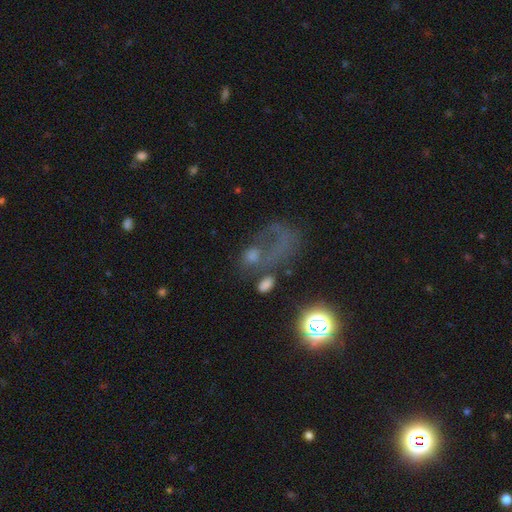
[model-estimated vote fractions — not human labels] A featured or disk galaxy (40%).

Vote fractions:
- Smooth or featured? featured or disk: 40% / smooth: 33% / star or artifact: 27%
- Merging? major disturbance: 47% / none: 25% / merger: 17% / minor disturbance: 12%